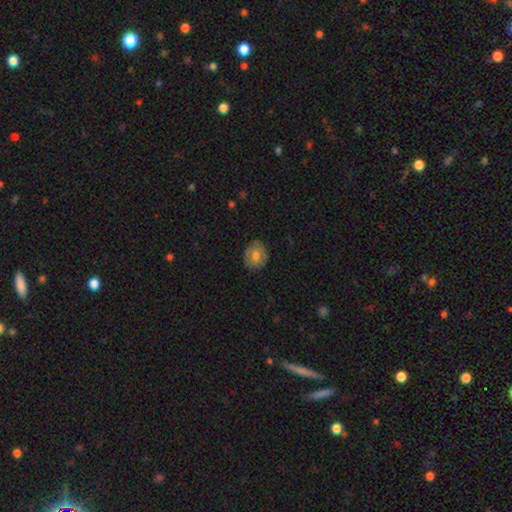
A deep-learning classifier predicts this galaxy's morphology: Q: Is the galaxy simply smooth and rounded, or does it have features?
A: smooth — 60%.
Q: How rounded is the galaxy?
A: round — 56%.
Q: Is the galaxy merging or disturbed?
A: none — 82%.